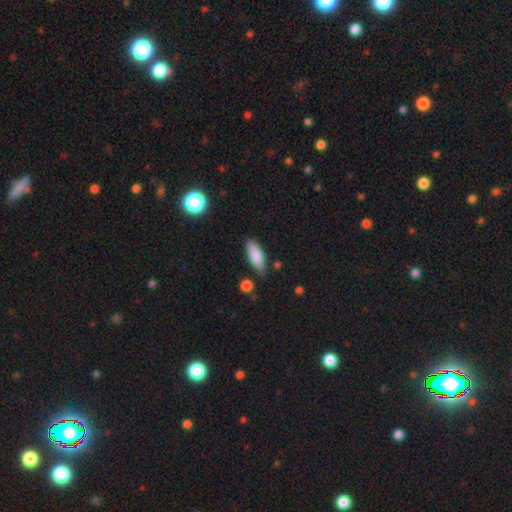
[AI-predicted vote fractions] Q: Smooth or featured?
A: smooth (84%); runner-up: featured or disk (10%)
Q: How rounded?
A: in between (67%); runner-up: cigar-shaped (31%)
Q: Merging?
A: none (77%); runner-up: minor disturbance (17%)